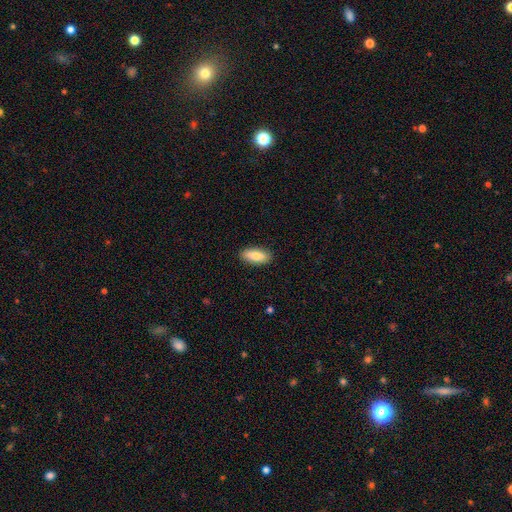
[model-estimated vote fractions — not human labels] Q: Smooth or featured?
A: smooth (79%); runner-up: featured or disk (15%)
Q: How rounded?
A: in between (79%); runner-up: cigar-shaped (18%)
Q: Merging?
A: none (89%); runner-up: minor disturbance (8%)